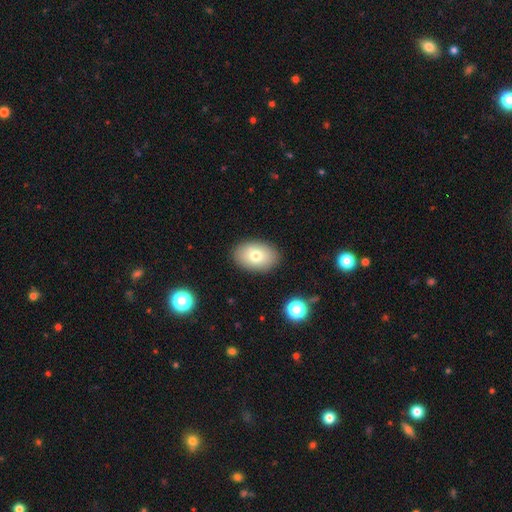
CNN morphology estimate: The model was most divided on "smooth or featured": smooth: 76%, featured or disk: 16%, star or artifact: 8%. More confident: merging — none (88%); how rounded — in between (87%).